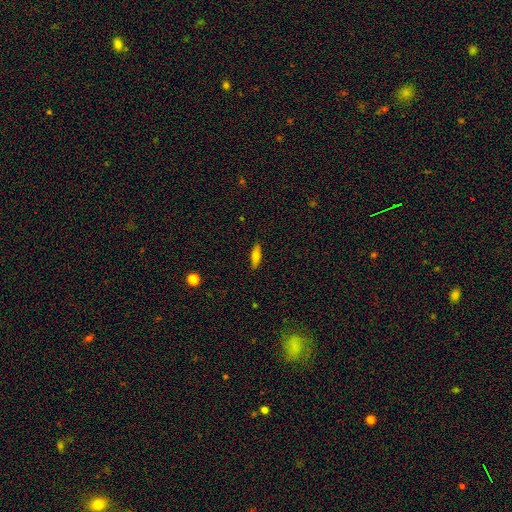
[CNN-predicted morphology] type=smooth (71%); roundness=cigar-shaped (55%); merging=none (88%).